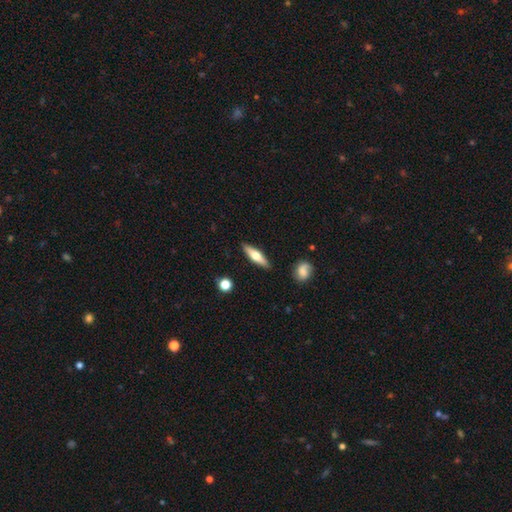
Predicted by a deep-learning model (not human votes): Smooth or featured? Predicted: smooth (p=0.48). Merging? Predicted: none (p=0.88).